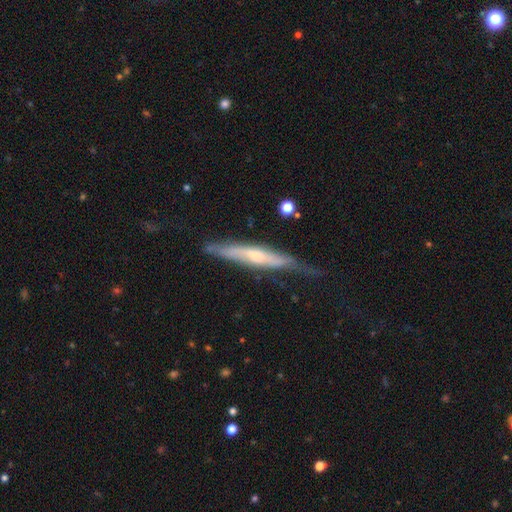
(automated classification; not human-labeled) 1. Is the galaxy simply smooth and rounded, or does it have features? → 66% featured or disk, 28% smooth, 6% star or artifact.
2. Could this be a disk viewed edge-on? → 85% yes, 15% no.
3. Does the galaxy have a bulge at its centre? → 57% rounded, 30% none, 12% boxy.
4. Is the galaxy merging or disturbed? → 58% none, 30% minor disturbance, 9% major disturbance, 3% merger.